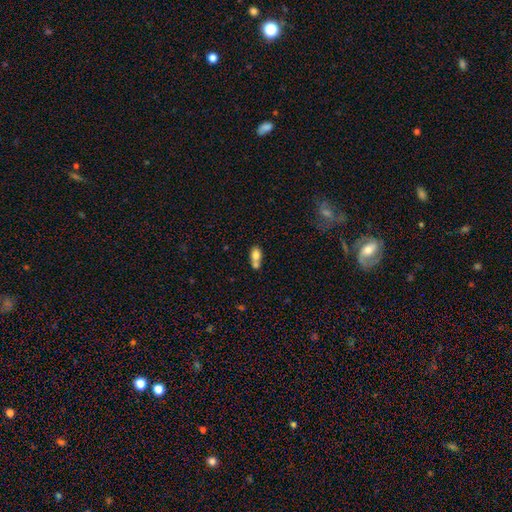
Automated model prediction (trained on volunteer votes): Smooth or featured? smooth (76%)
How rounded? in between (82%)
Merging? merger (56%)